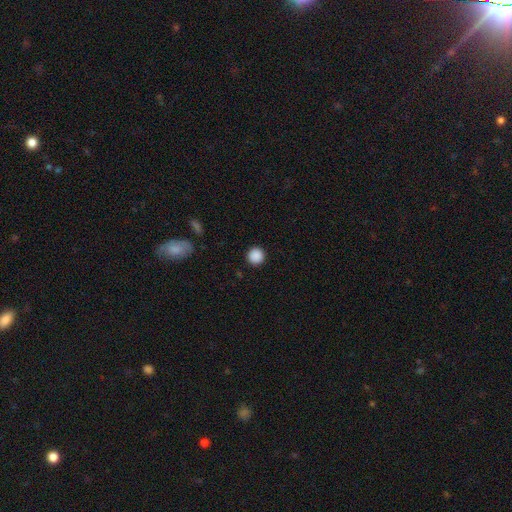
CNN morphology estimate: Q: Smooth or featured?
A: smooth (89%); runner-up: star or artifact (9%)
Q: How rounded?
A: round (95%); runner-up: in between (4%)
Q: Merging?
A: none (93%); runner-up: minor disturbance (4%)